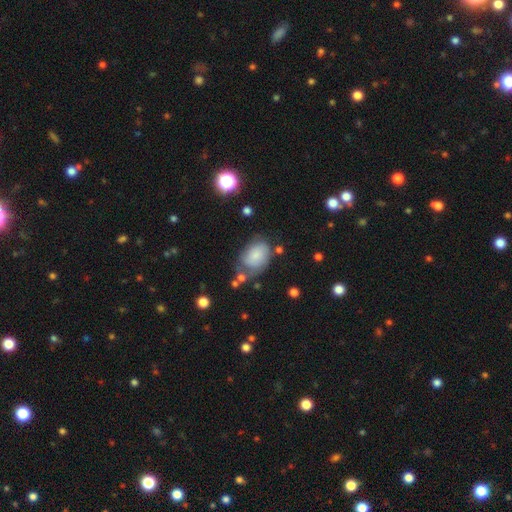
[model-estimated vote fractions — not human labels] smooth 72%, featured or disk 20%, star or artifact 9%. Down the decision tree: how rounded — in between (75%); merging — none (50%).